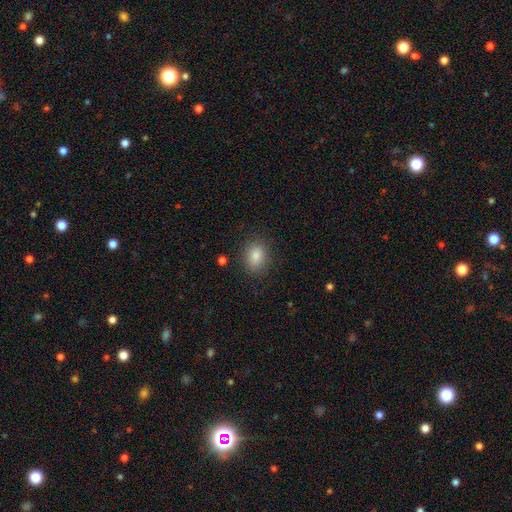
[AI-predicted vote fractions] Q: Smooth or featured?
A: smooth (83%); runner-up: star or artifact (10%)
Q: How rounded?
A: in between (67%); runner-up: round (32%)
Q: Merging?
A: none (86%); runner-up: minor disturbance (10%)